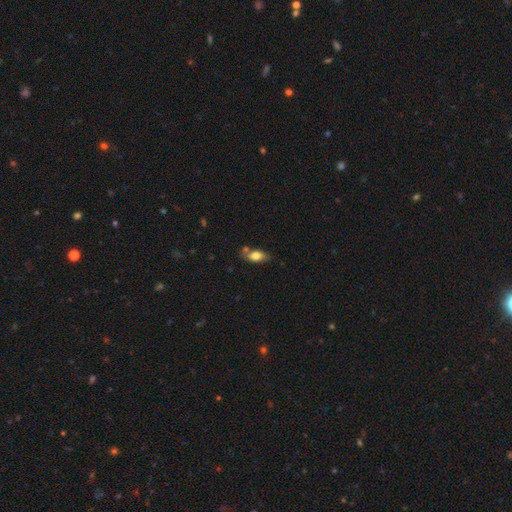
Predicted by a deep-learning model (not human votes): Smooth or featured? Predicted: smooth (p=0.76). How rounded? Predicted: in between (p=0.87). Merging? Predicted: none (p=0.65).